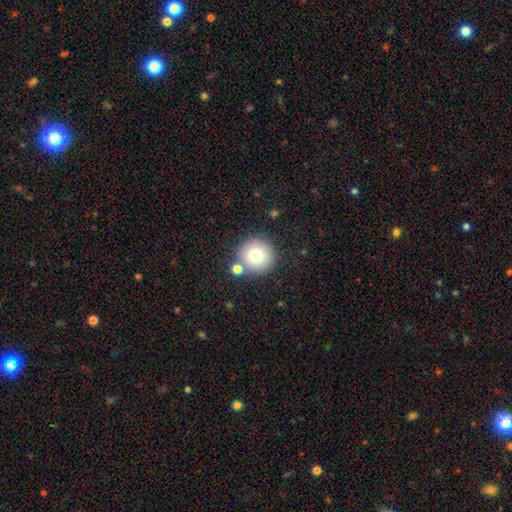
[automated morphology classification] smooth_or_featured: smooth (p=0.75) [alt: featured or disk p=0.13]
how_rounded: round (p=0.95) [alt: in between p=0.04]
merging: none (p=0.80) [alt: merger p=0.09]